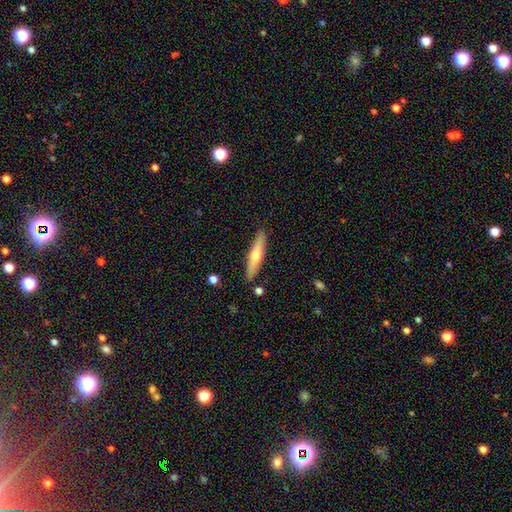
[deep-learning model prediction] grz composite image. It shows a featured or disk galaxy (48%). Merging: none (89%).